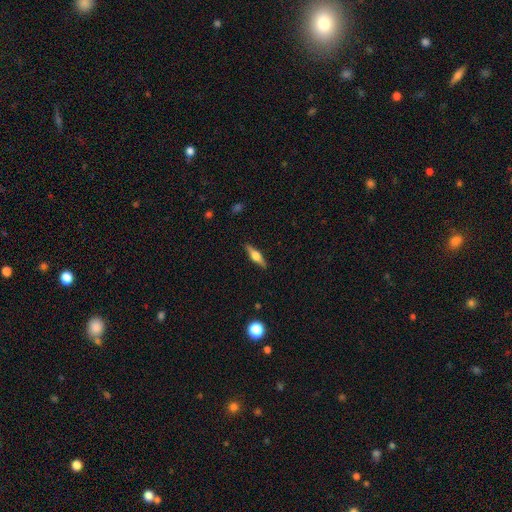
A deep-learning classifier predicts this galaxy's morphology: featured or disk 60%, smooth 33%, star or artifact 6%. Down the decision tree: edge-on disk — yes (96%); edge-on bulge — rounded (91%); merging — none (89%).